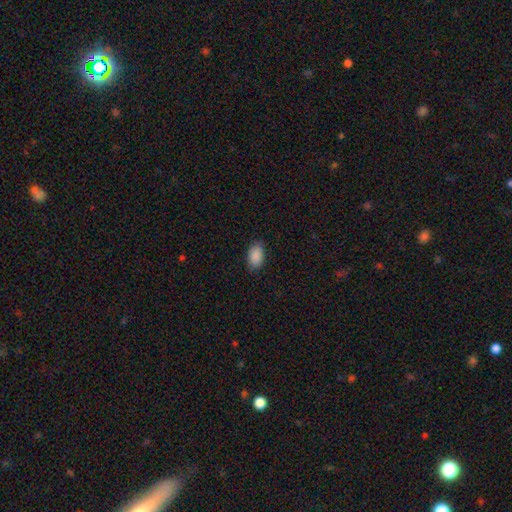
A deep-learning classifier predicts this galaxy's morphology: Smooth or featured? smooth (90%)
How rounded? in between (91%)
Merging? none (84%)